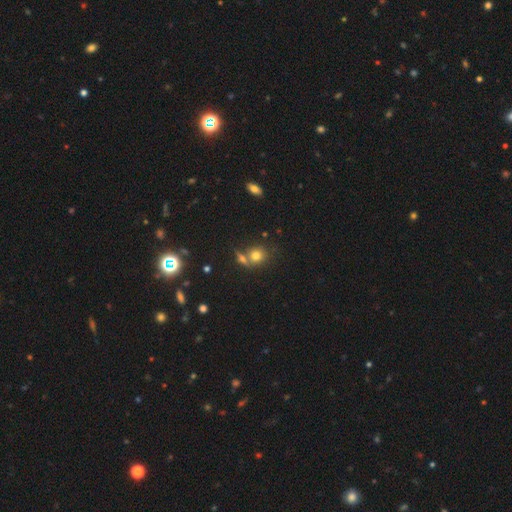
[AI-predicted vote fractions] Overall: smooth (75%). How rounded: round (75%). Merging: none (52%; merger 34%).